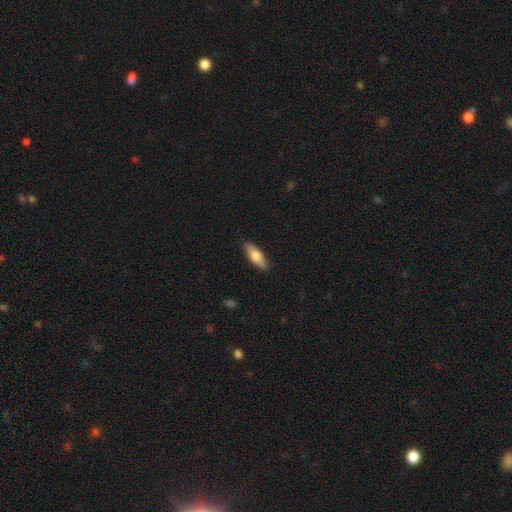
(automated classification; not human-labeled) Overall: smooth (66%; featured or disk 29%). How rounded: in between (53%; cigar-shaped 45%). Merging: none (88%).